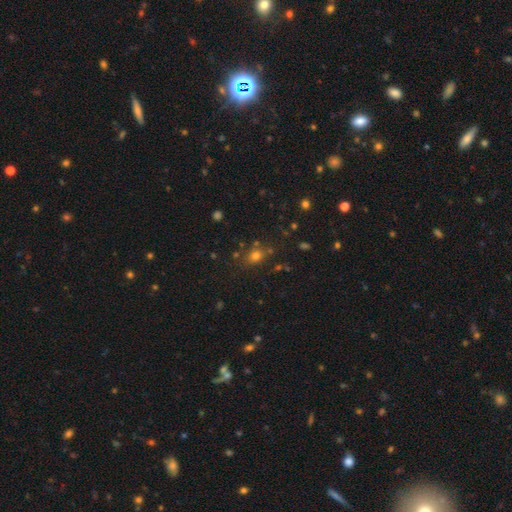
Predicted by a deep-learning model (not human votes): Morphology: type=smooth (69%); roundness=round (57%); merging=none (73%).